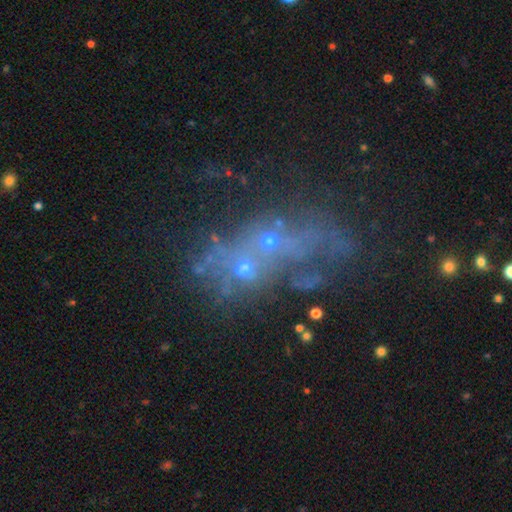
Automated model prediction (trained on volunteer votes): The model was most divided on "smooth or featured": featured or disk: 43%, star or artifact: 36%, smooth: 21%. Remaining: merging — none (40%).